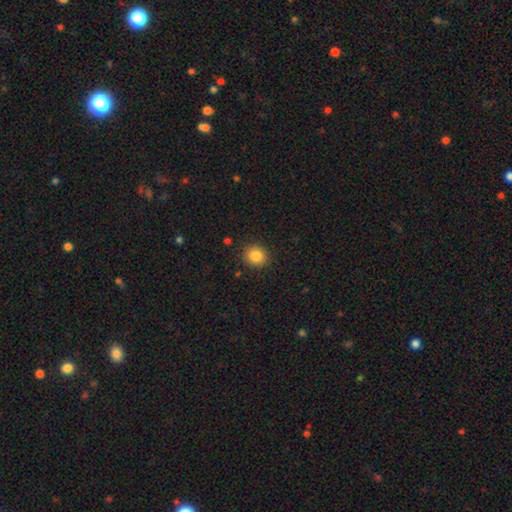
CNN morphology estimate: Smooth or featured: smooth — 86% (star or artifact — 10%)
How rounded: round — 84% (in between — 15%)
Merging: none — 89% (minor disturbance — 7%)